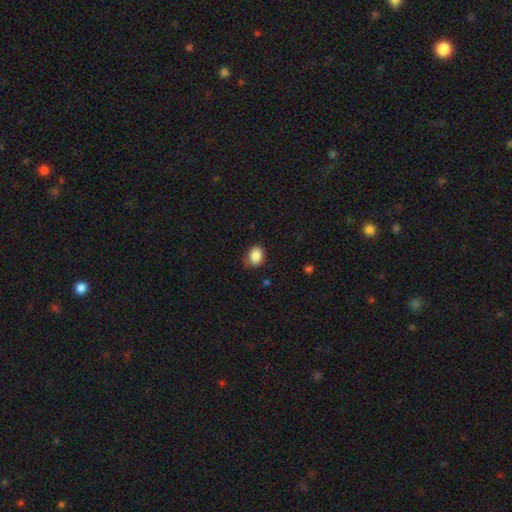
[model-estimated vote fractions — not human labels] Smooth or featured?
  - smooth: 87% *
  - star or artifact: 9%
  - featured or disk: 4%
How rounded?
  - in between: 67% *
  - round: 32%
  - cigar-shaped: 1%
Merging?
  - none: 75% *
  - minor disturbance: 20%
  - major disturbance: 4%
  - merger: 1%